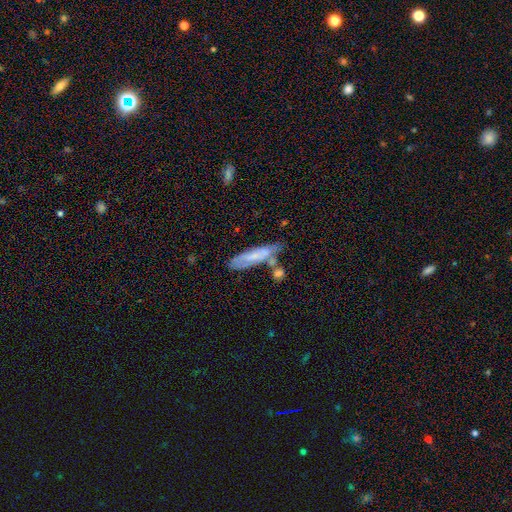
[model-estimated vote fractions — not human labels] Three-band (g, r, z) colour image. It shows a smooth galaxy with no disk features (51%) that is cigar-shaped (67%). Merging: none (49%).